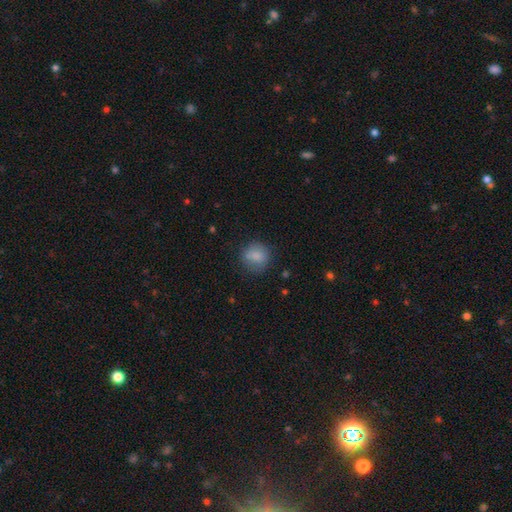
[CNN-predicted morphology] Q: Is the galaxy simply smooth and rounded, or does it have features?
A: smooth — 83%.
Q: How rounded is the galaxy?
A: round — 81%.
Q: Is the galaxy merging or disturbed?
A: none — 74%.